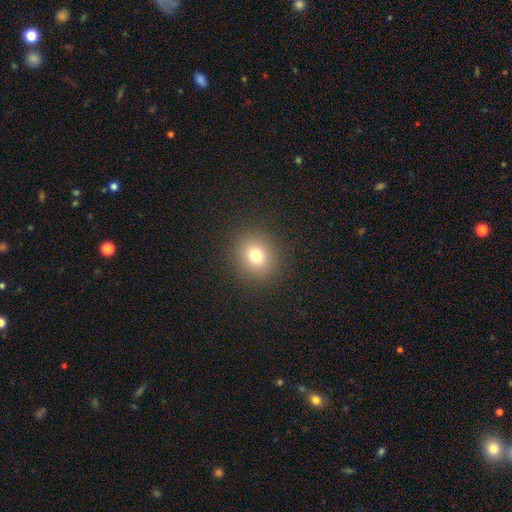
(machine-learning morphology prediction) Smooth or featured? Predicted: smooth (p=0.76). How rounded? Predicted: round (p=0.81). Merging? Predicted: none (p=0.90).